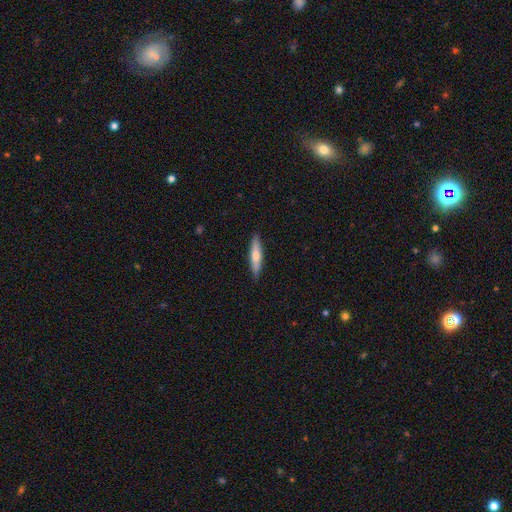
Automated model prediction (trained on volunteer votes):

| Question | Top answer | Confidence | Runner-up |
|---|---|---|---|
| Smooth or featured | smooth | 55% | featured or disk (39%) |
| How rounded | cigar-shaped | 85% | in between (13%) |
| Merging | none | 90% | minor disturbance (8%) |